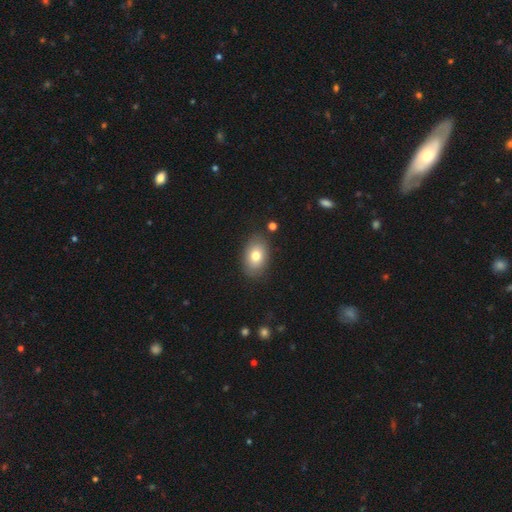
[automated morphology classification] The model was most divided on "smooth or featured": smooth: 78%, featured or disk: 14%, star or artifact: 8%. More confident: how rounded — in between (85%); merging — none (83%).